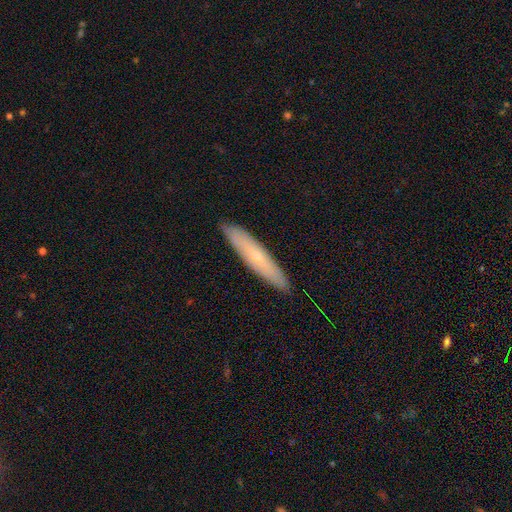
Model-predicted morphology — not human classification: The model was most divided on "smooth or featured": smooth: 54%, featured or disk: 40%, star or artifact: 7%. More confident: merging — none (90%); how rounded — cigar-shaped (87%).